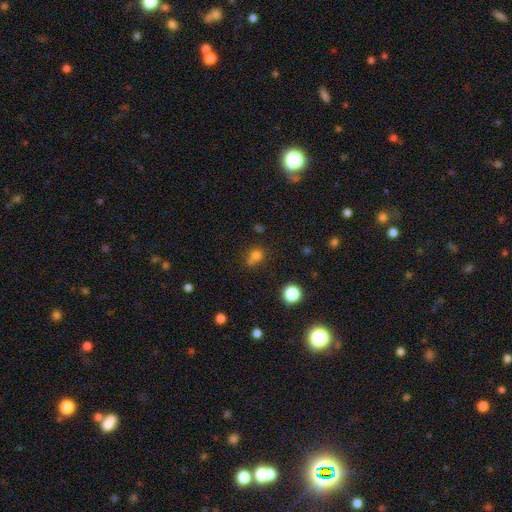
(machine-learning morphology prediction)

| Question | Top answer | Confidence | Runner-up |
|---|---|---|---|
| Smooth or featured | smooth | 73% | star or artifact (18%) |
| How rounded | round | 75% | in between (23%) |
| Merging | none | 50% | merger (29%) |